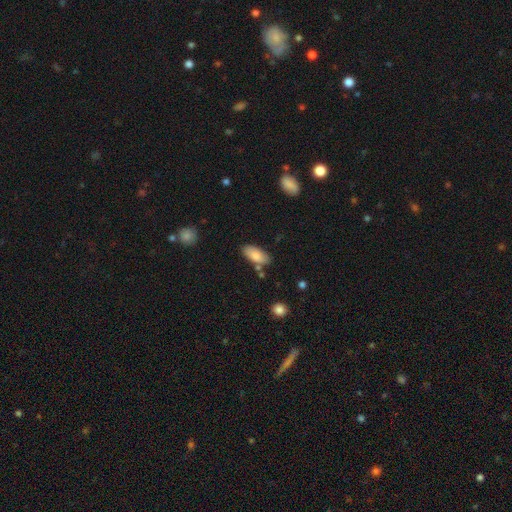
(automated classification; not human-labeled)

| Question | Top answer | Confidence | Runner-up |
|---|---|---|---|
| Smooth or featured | smooth | 84% | featured or disk (10%) |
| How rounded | in between | 90% | cigar-shaped (8%) |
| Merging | none | 76% | minor disturbance (15%) |